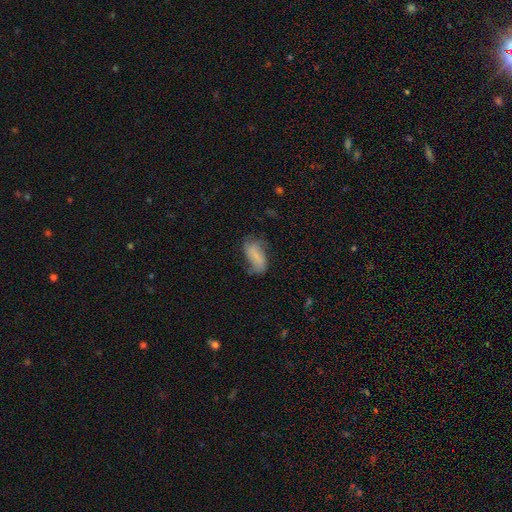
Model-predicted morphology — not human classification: smooth-or-featured: smooth: 55% | featured or disk: 36% | star or artifact: 9%
  how-rounded: in between: 90% | cigar-shaped: 5% | round: 4%
  merging: none: 48% | minor disturbance: 31% | major disturbance: 18% | merger: 3%